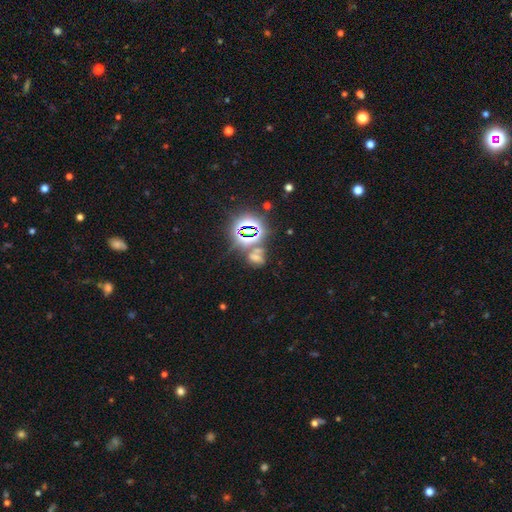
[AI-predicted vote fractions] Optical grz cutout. It shows a star or artifact, not a galaxy (57%).